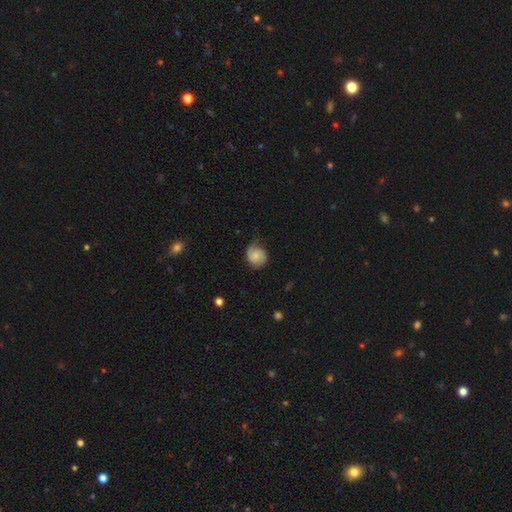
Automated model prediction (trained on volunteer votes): Smooth or featured? featured or disk (48%)
Merging? none (51%)